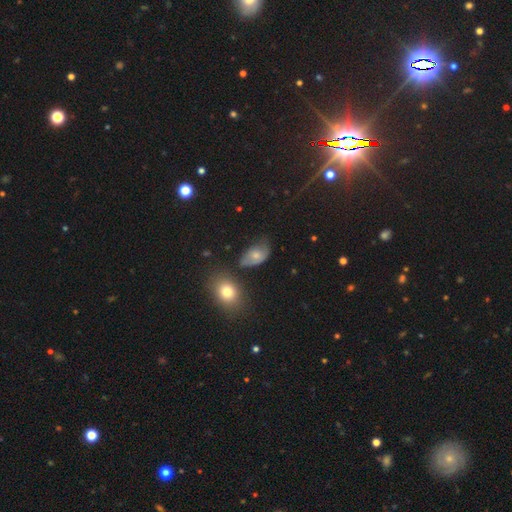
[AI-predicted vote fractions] The model was most divided on "merging": none: 40%, minor disturbance: 35%, major disturbance: 19%, merger: 6%. More confident: how rounded — in between (86%); smooth or featured — smooth (60%).